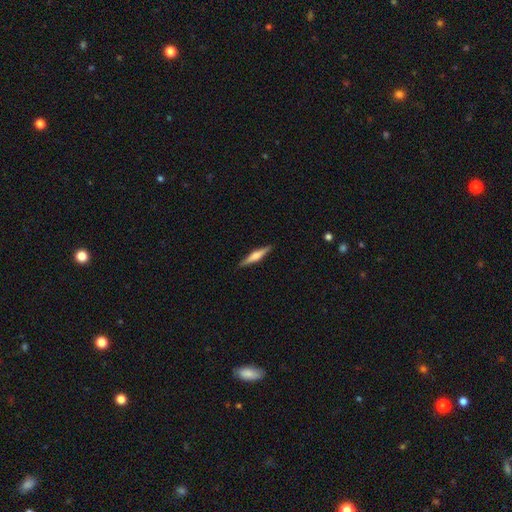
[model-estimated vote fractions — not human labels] Smooth or featured? featured or disk (60%)
Edge-on disk? yes (98%)
Edge-on bulge? rounded (74%)
Merging? none (91%)